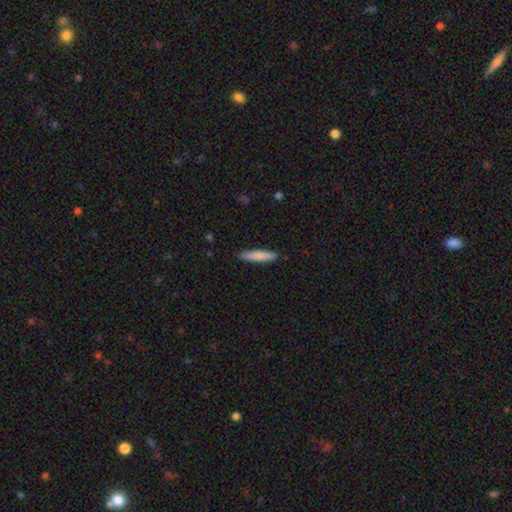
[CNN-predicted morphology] smooth_or_featured: smooth (p=0.79) [alt: featured or disk p=0.15]
how_rounded: cigar-shaped (p=0.89) [alt: in between p=0.09]
merging: none (p=0.88) [alt: minor disturbance p=0.09]